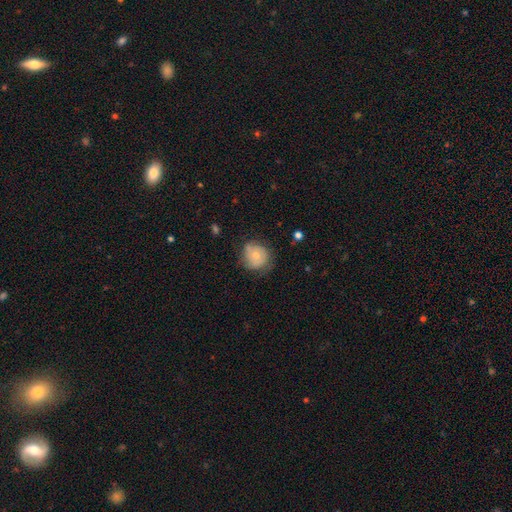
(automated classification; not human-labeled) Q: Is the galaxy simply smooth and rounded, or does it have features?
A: smooth — 60%.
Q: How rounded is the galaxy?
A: round — 83%.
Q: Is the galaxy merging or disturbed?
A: none — 61%.